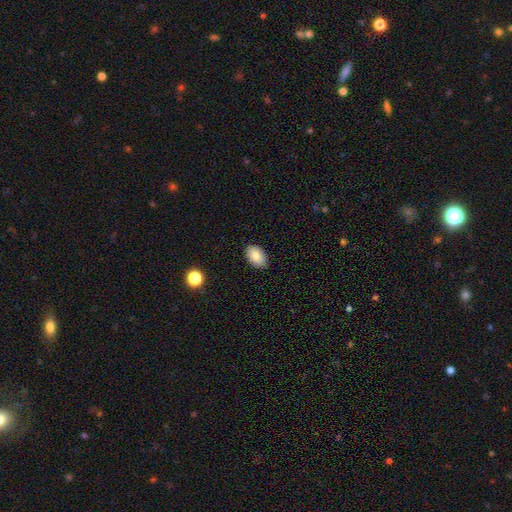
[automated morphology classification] Overall: smooth (86%). How rounded: in between (90%). Merging: none (88%).